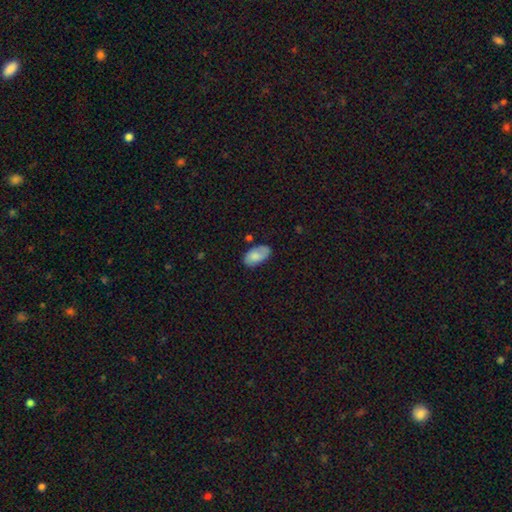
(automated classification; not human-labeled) Morphology: type=smooth (76%); roundness=in between (94%); merging=none (66%).